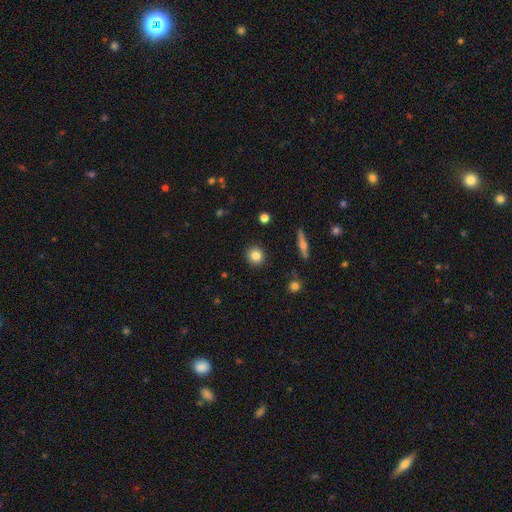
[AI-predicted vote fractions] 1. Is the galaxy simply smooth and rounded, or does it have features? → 83% smooth, 9% star or artifact, 8% featured or disk.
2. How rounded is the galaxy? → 91% round, 8% in between, 1% cigar-shaped.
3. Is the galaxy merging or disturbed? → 92% none, 5% minor disturbance, 2% major disturbance, 1% merger.